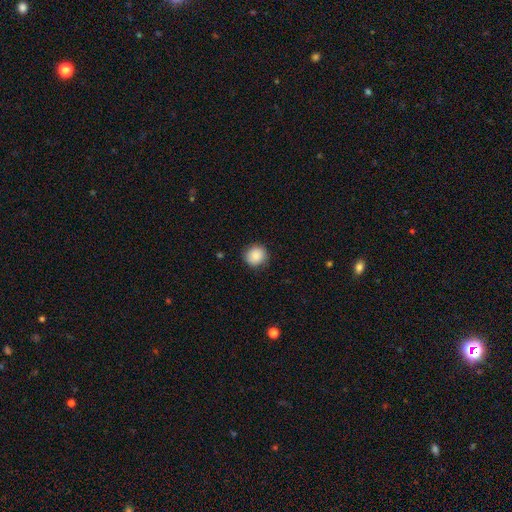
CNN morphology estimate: Smooth or featured? smooth (87%)
How rounded? round (89%)
Merging? none (86%)